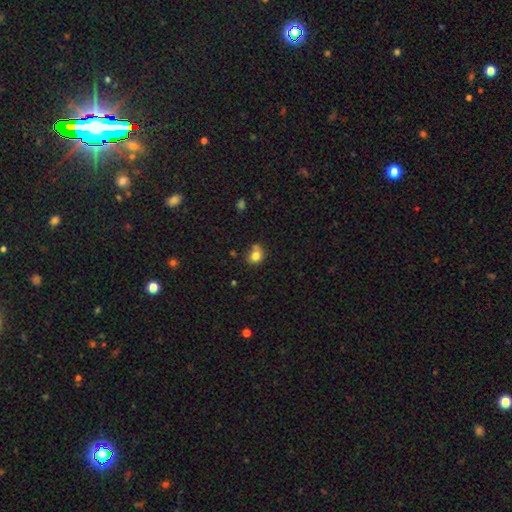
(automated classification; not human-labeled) Morphology: type=smooth (79%); roundness=round (65%); merging=none (54%).